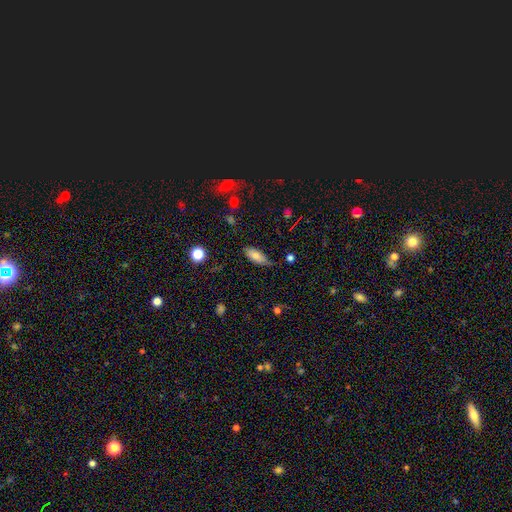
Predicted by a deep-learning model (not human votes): Smooth or featured?
  - smooth: 77% *
  - featured or disk: 15%
  - star or artifact: 8%
How rounded?
  - in between: 82% *
  - cigar-shaped: 16%
  - round: 3%
Merging?
  - none: 54% *
  - minor disturbance: 35%
  - major disturbance: 8%
  - merger: 3%